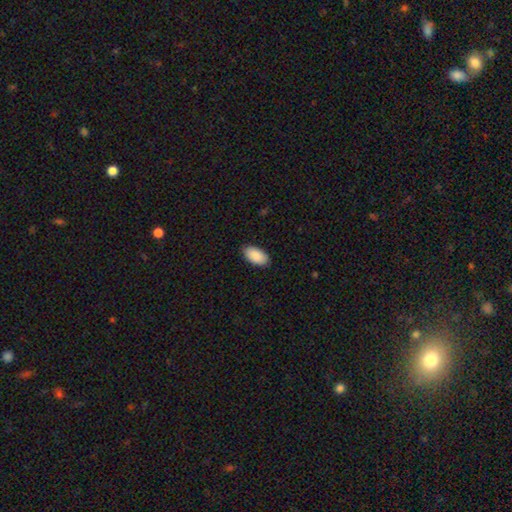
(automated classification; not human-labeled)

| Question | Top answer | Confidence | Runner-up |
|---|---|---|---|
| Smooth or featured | smooth | 90% | star or artifact (6%) |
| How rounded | in between | 96% | round (2%) |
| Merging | none | 89% | minor disturbance (9%) |